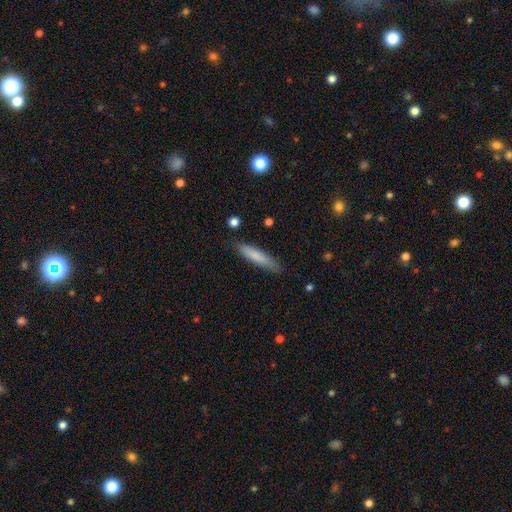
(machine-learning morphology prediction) A smooth galaxy with no disk features (79%) that is cigar-shaped (86%).

Vote fractions:
- Smooth or featured? smooth: 79% / featured or disk: 14% / star or artifact: 6%
- How rounded? cigar-shaped: 86% / in between: 12% / round: 1%
- Merging? none: 83% / minor disturbance: 13% / major disturbance: 2% / merger: 2%